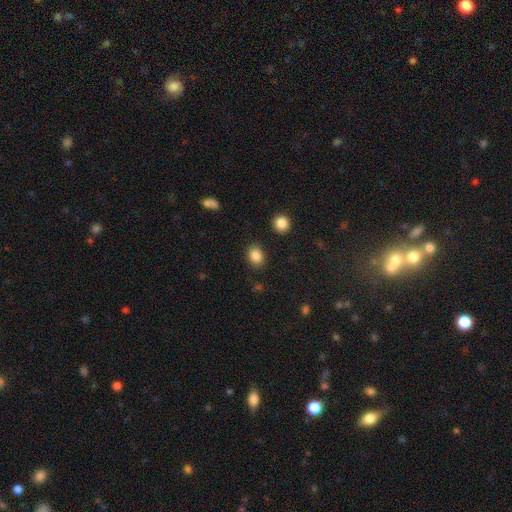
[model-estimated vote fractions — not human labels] Smooth or featured? Predicted: smooth (p=0.86). How rounded? Predicted: in between (p=0.54). Merging? Predicted: none (p=0.85).